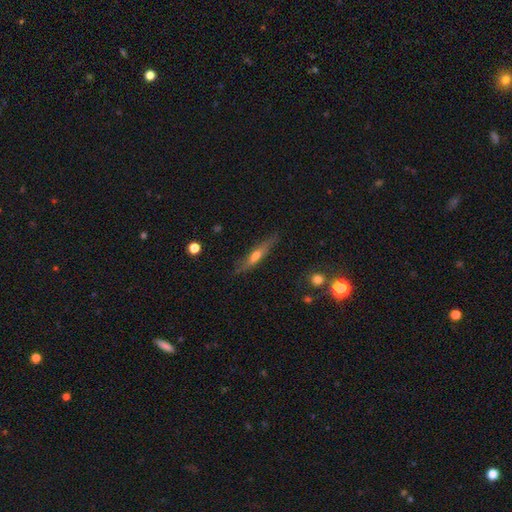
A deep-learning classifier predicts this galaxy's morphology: This is possibly a featured or disk galaxy (52%). It is clearly viewed edge-on (87%). Merging: clearly none (81%).